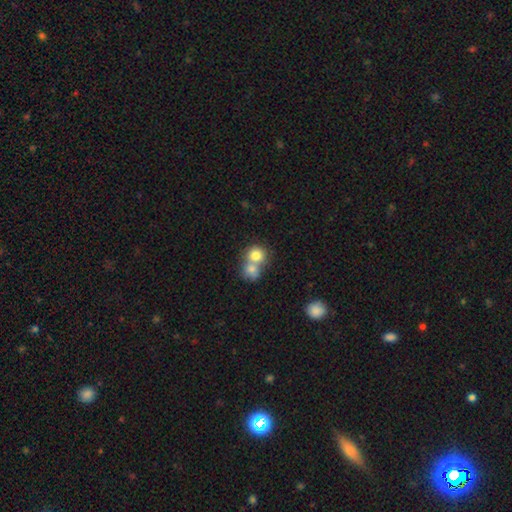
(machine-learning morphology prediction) This appears to be a smooth galaxy with no disk features (78%) that is round (80%). Merging: merger (62%).